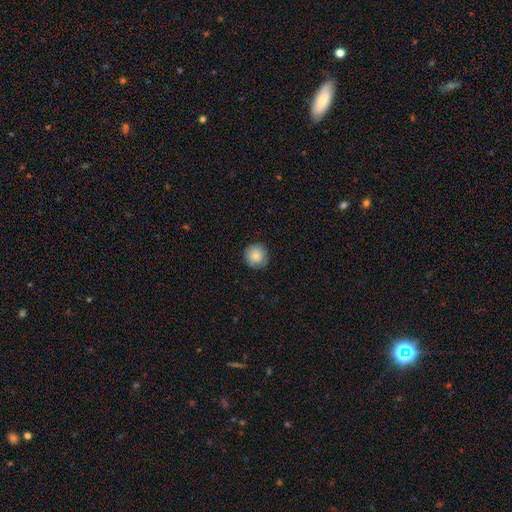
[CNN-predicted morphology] smooth 81%, featured or disk 12%, star or artifact 7%. Down the decision tree: how rounded — round (94%); merging — none (83%).